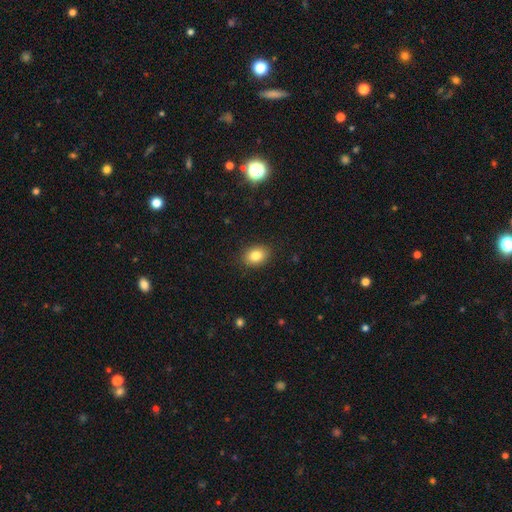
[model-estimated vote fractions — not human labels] Morphology: type=smooth (83%); roundness=in between (69%); merging=none (88%).